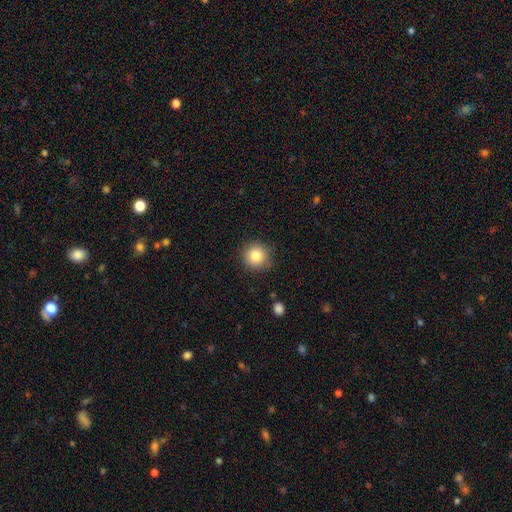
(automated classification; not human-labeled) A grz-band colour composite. It shows a smooth galaxy with no disk features (83%) that is round (93%). Merging: none (87%).